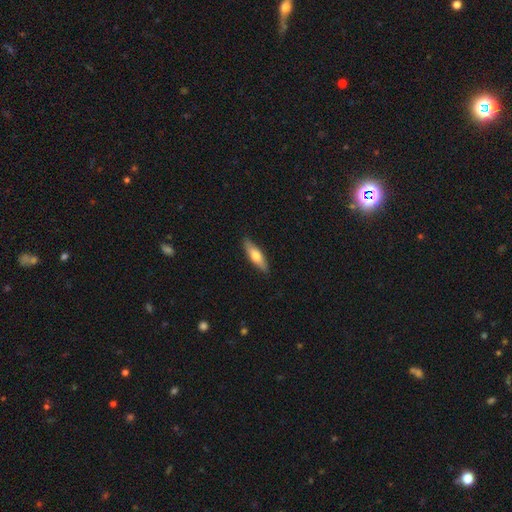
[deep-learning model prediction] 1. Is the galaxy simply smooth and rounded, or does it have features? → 63% smooth, 31% featured or disk, 6% star or artifact.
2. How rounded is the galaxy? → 60% cigar-shaped, 38% in between, 2% round.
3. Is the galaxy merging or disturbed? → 88% none, 9% minor disturbance, 2% major disturbance, 1% merger.